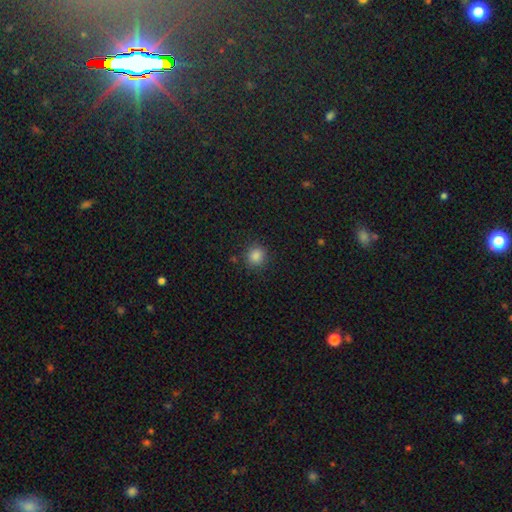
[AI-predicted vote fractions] The model was most divided on "smooth or featured": smooth: 84%, star or artifact: 12%, featured or disk: 4%. More confident: how rounded — round (89%); merging — none (87%).